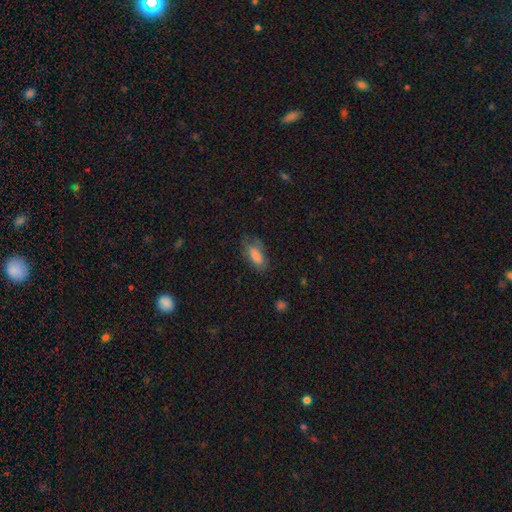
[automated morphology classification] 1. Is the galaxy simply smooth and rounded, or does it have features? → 77% smooth, 14% featured or disk, 8% star or artifact.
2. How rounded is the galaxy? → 84% in between, 12% cigar-shaped, 3% round.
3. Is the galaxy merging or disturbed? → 66% none, 24% minor disturbance, 8% major disturbance, 2% merger.